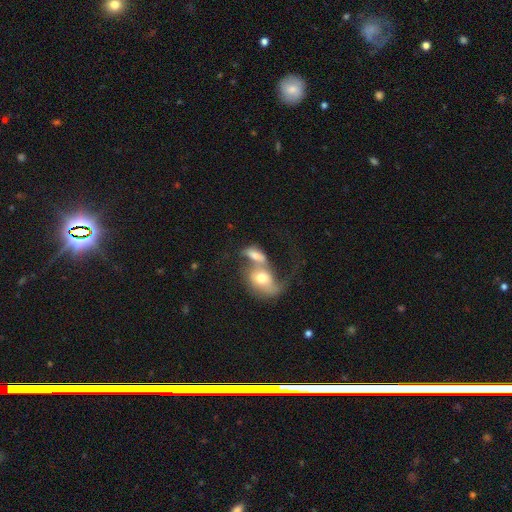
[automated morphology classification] This appears to be a smooth galaxy with no disk features (55%) that is in between round and cigar-shaped (74%). Merging: merger (73%).